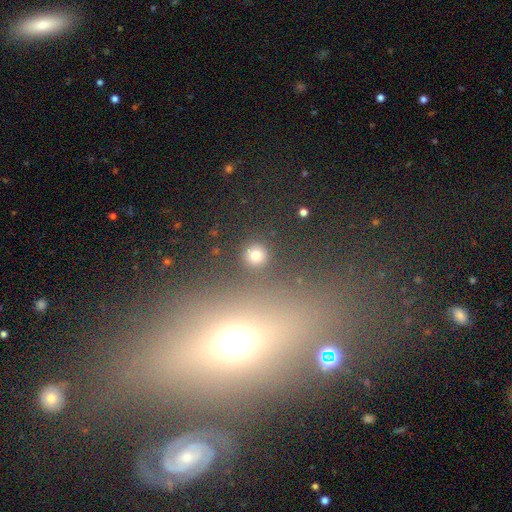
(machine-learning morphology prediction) type=smooth (76%); roundness=round (92%); merging=none (89%).